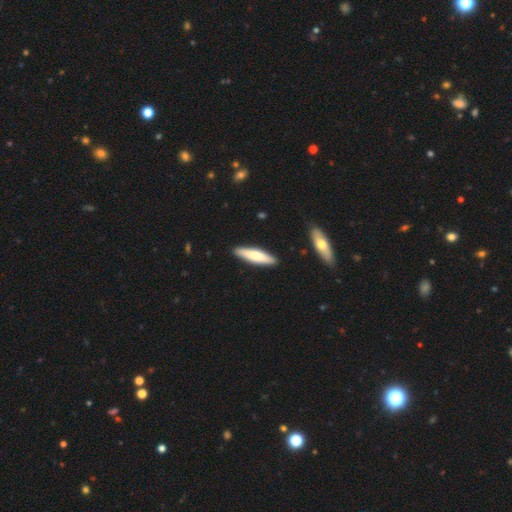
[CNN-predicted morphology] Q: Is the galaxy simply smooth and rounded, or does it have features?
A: smooth — 67%.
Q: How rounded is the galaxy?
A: cigar-shaped — 76%.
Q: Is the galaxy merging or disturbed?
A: none — 89%.